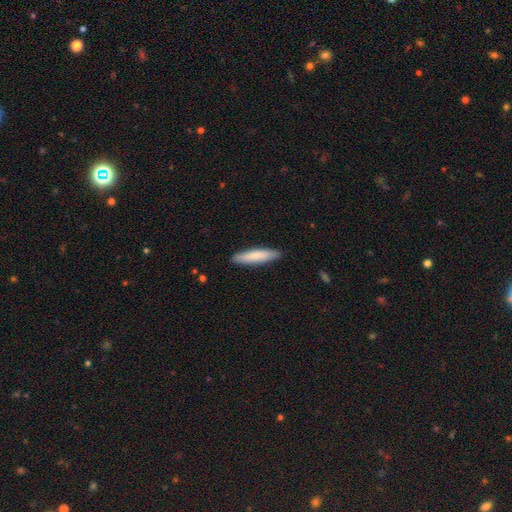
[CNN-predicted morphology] The model was most divided on "smooth or featured": smooth: 80%, featured or disk: 15%, star or artifact: 5%. More confident: merging — none (89%); how rounded — cigar-shaped (86%).